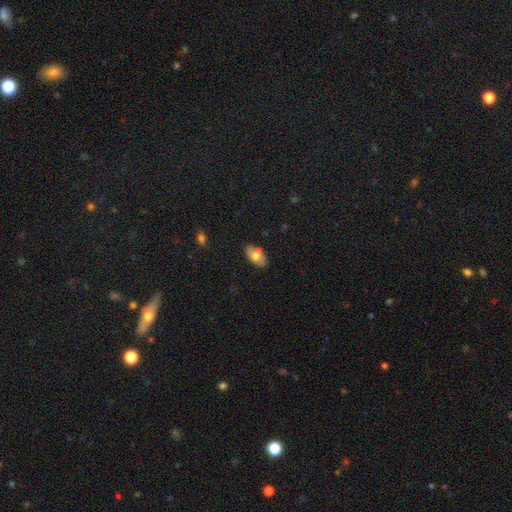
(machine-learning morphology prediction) Smooth or featured?
  - smooth: 63% *
  - featured or disk: 30%
  - star or artifact: 6%
How rounded?
  - in between: 93% *
  - round: 5%
  - cigar-shaped: 2%
Merging?
  - none: 83% *
  - minor disturbance: 14%
  - major disturbance: 2%
  - merger: 1%